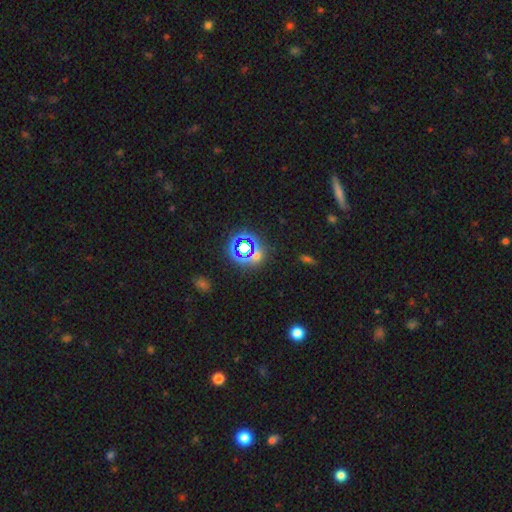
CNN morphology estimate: A star or artifact, not a galaxy (65%).

Vote fractions:
- Smooth or featured? star or artifact: 65% / smooth: 25% / featured or disk: 11%